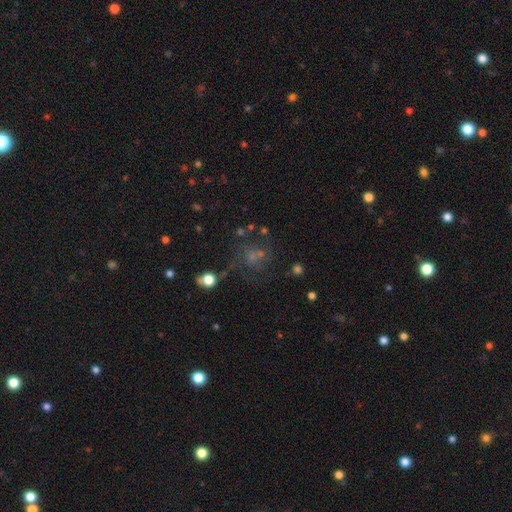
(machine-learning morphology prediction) Q: Smooth or featured?
A: smooth (38%); runner-up: star or artifact (36%)
Q: Merging?
A: none (55%); runner-up: major disturbance (20%)